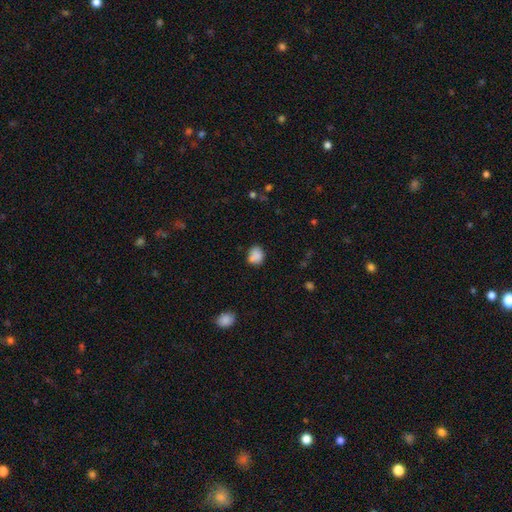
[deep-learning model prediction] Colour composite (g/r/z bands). It shows a smooth galaxy with no disk features (84%) that is round (59%). Merging: none (61%).